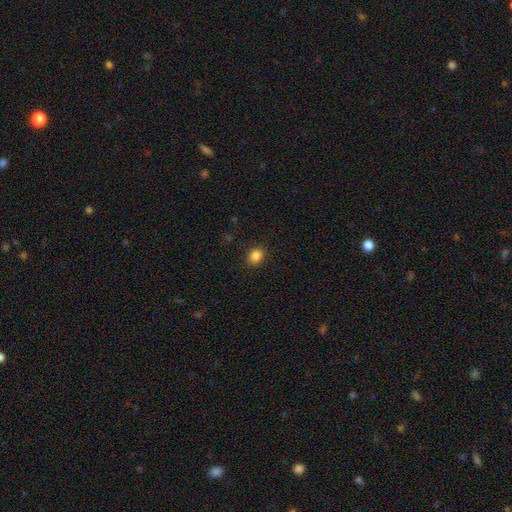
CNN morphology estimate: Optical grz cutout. It shows a smooth galaxy with no disk features (86%) that is round (58%). Merging: none (88%).